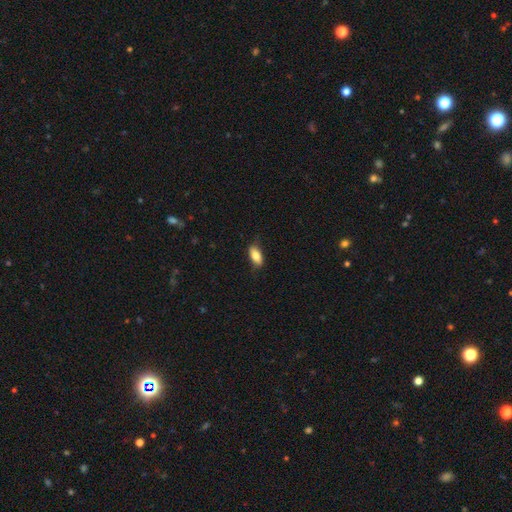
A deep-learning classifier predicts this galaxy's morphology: type=smooth (81%); roundness=in between (85%); merging=none (78%).